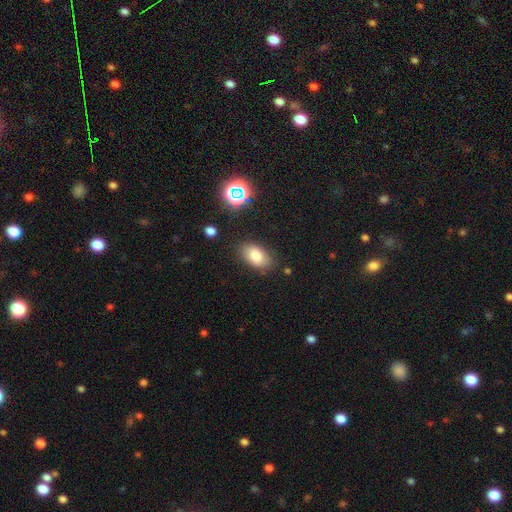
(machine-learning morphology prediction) Smooth or featured? Predicted: smooth (p=0.82). How rounded? Predicted: in between (p=0.91). Merging? Predicted: none (p=0.81).